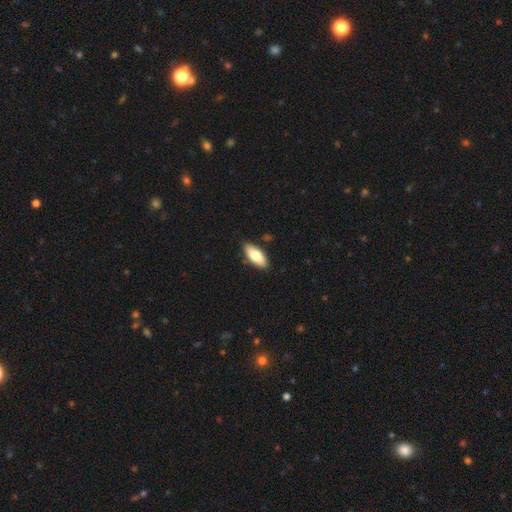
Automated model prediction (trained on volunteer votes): A smooth galaxy with no disk features (78%) that is in between round and cigar-shaped (84%).

Vote fractions:
- Smooth or featured? smooth: 78% / featured or disk: 16% / star or artifact: 6%
- How rounded? in between: 84% / cigar-shaped: 14% / round: 2%
- Merging? none: 86% / minor disturbance: 11% / major disturbance: 2% / merger: 2%